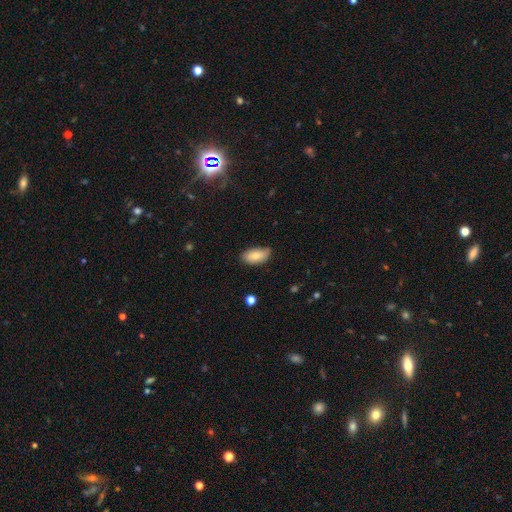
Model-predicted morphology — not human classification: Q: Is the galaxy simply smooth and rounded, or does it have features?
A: smooth — 78%.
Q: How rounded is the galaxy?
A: in between — 93%.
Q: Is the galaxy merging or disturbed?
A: none — 66%.